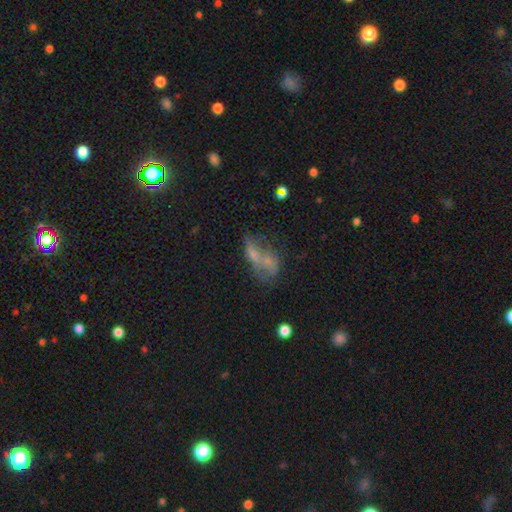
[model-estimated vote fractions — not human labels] Morphology: type=smooth (46%); merging=merger (44%).